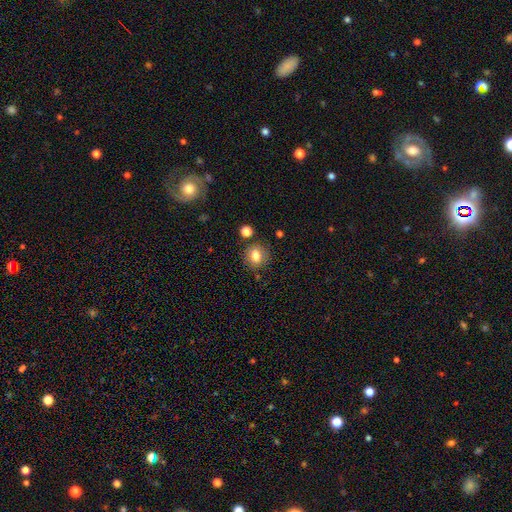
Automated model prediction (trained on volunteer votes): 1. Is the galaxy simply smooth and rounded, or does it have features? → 78% smooth, 11% star or artifact, 11% featured or disk.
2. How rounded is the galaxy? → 75% round, 24% in between, 1% cigar-shaped.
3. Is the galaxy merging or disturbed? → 81% none, 10% minor disturbance, 5% merger, 3% major disturbance.